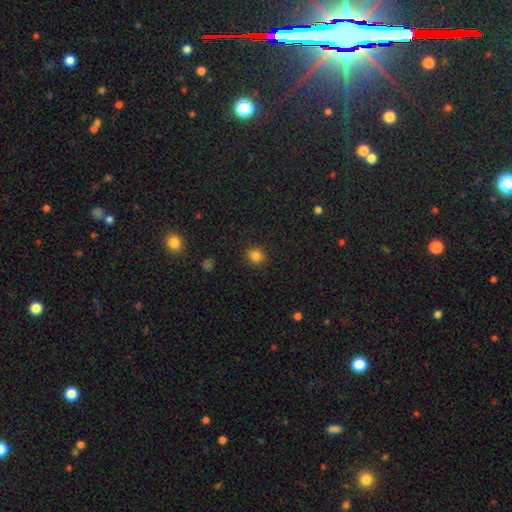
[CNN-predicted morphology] Smooth or featured: smooth — 82% (star or artifact — 13%)
How rounded: round — 77% (in between — 22%)
Merging: none — 87% (minor disturbance — 9%)